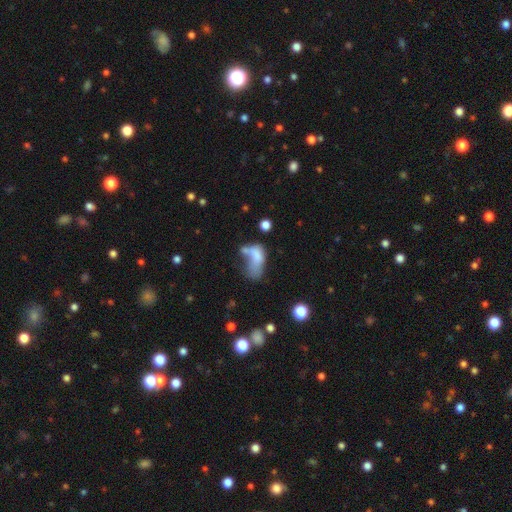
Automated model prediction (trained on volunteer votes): This is likely a smooth galaxy (62%). How rounded: clearly in between (86%). Merging: marginally major disturbance (42%).